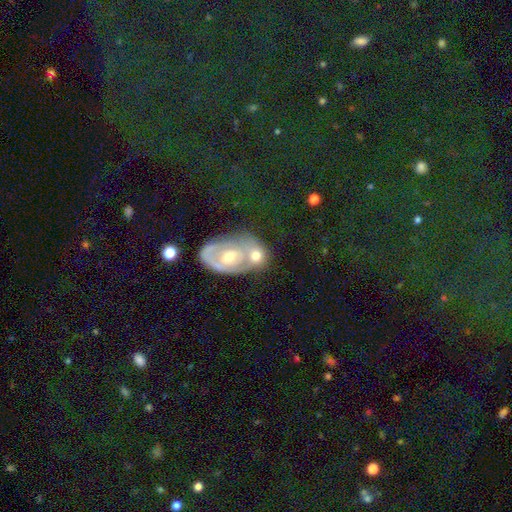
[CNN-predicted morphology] This is possibly a featured or disk galaxy (47%). Merging: possibly merger (57%).